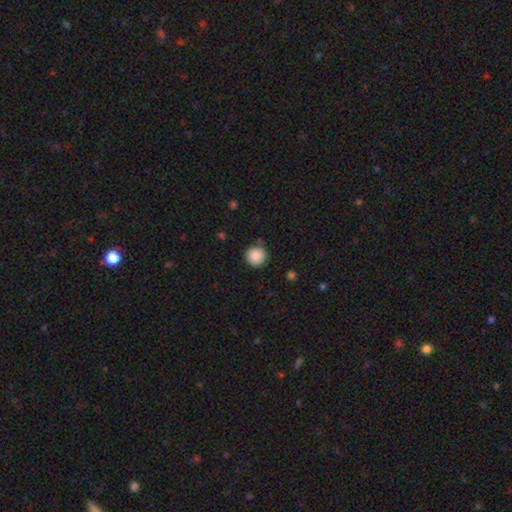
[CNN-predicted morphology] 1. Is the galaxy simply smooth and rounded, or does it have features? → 87% smooth, 9% star or artifact, 4% featured or disk.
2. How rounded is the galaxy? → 95% round, 4% in between, 1% cigar-shaped.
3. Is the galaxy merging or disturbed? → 86% none, 9% minor disturbance, 2% major disturbance, 2% merger.